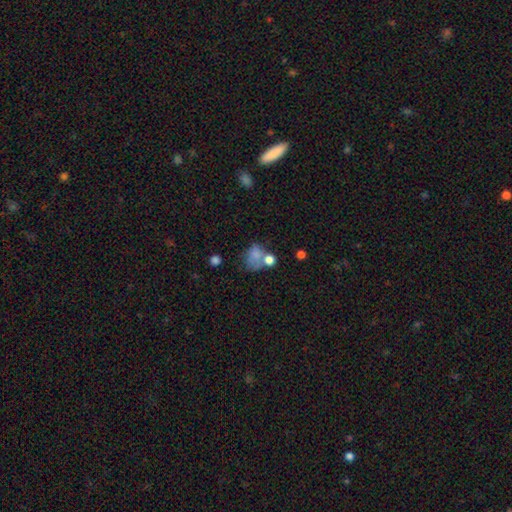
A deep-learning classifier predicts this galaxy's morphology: type=smooth (70%); roundness=in between (55%); merging=merger (32%).